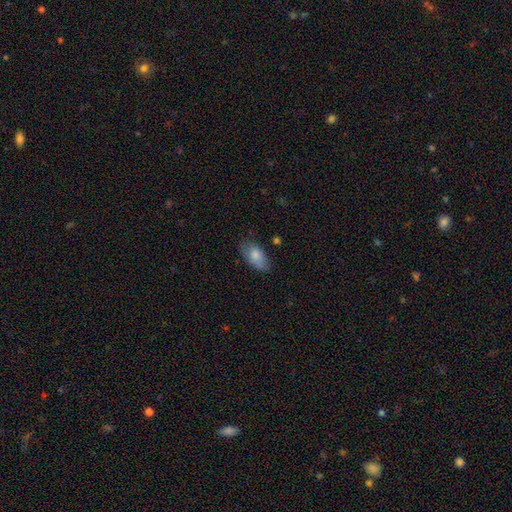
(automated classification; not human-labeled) Morphology: type=smooth (81%); roundness=in between (92%); merging=none (68%).